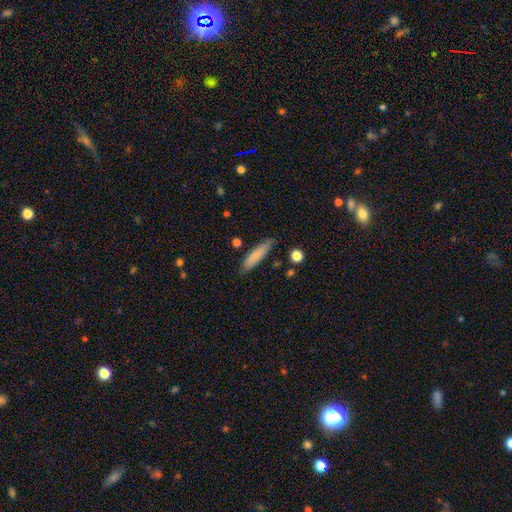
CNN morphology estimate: type=smooth (80%); roundness=cigar-shaped (76%); merging=none (78%).